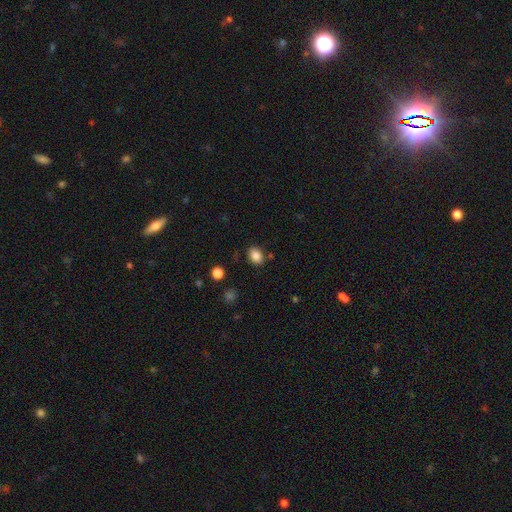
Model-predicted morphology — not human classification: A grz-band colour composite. It shows a smooth galaxy with no disk features (85%) that is in between round and cigar-shaped (65%). Merging: none (84%).